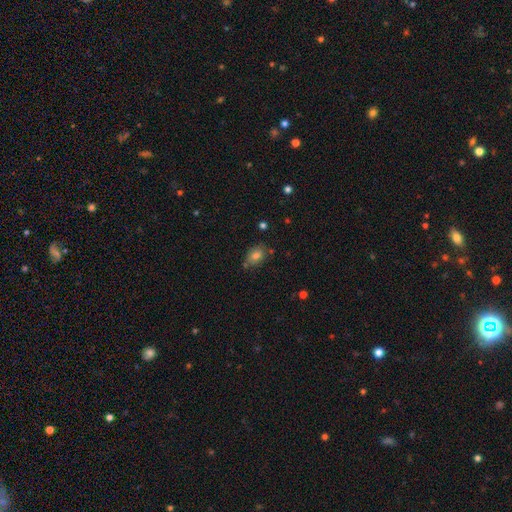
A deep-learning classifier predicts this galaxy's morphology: type=smooth (79%); roundness=in between (77%); merging=none (71%).